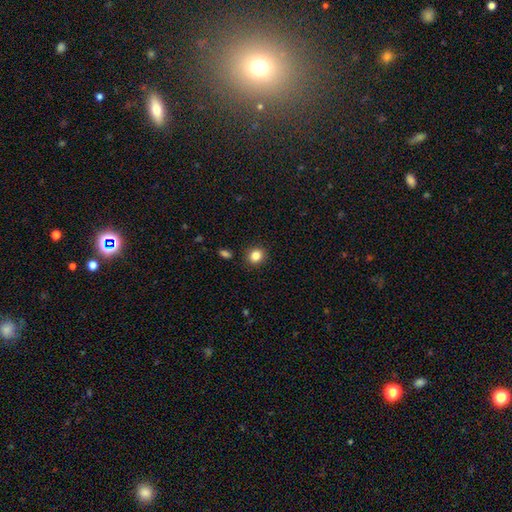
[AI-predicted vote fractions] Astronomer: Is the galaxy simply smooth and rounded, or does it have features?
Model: smooth — 85%.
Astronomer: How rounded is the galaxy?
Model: round — 75%.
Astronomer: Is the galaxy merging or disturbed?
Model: none — 90%.